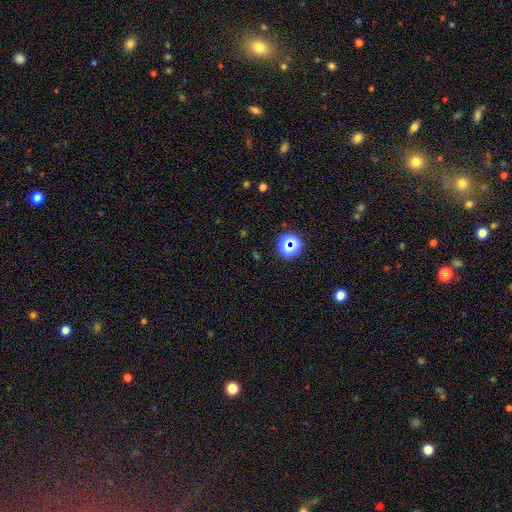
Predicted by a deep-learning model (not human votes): Smooth or featured? Predicted: star or artifact (p=0.71).